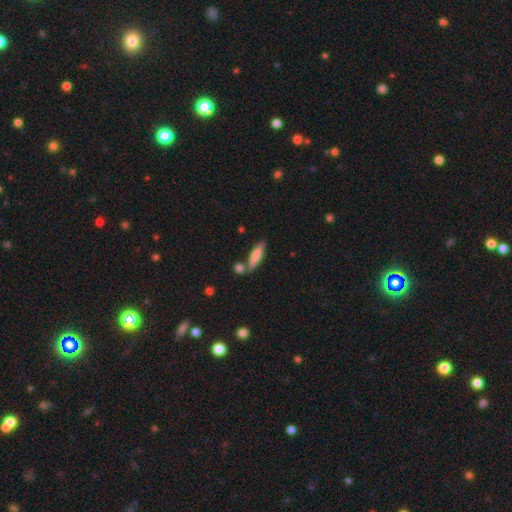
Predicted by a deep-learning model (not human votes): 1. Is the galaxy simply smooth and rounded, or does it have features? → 76% smooth, 18% featured or disk, 6% star or artifact.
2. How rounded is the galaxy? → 60% cigar-shaped, 38% in between, 2% round.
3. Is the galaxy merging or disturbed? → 69% none, 15% merger, 13% minor disturbance, 3% major disturbance.